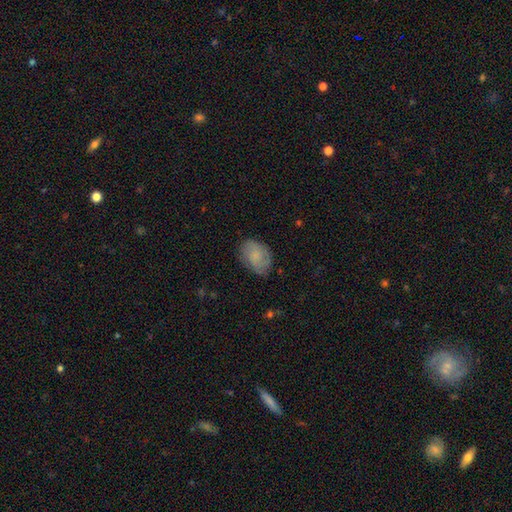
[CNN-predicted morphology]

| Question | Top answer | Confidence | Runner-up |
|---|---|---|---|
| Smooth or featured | smooth | 64% | featured or disk (29%) |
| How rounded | in between | 81% | round (18%) |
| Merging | none | 75% | minor disturbance (19%) |